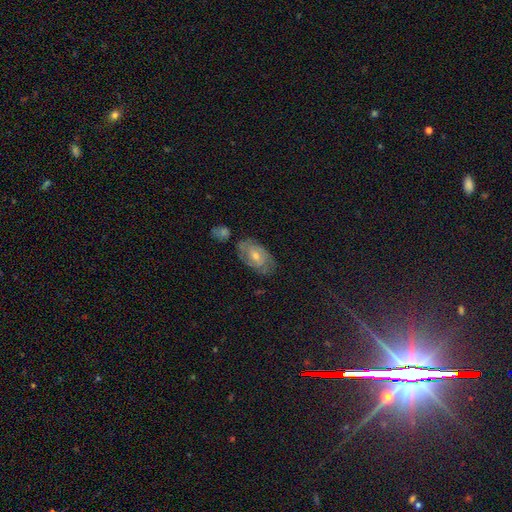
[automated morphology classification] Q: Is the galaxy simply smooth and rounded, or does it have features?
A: featured or disk — 58%.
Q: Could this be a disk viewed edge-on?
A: no — 93%.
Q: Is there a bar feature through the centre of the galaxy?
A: no — 59%.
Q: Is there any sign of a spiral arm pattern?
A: yes — 80%.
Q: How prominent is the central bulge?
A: moderate — 59%.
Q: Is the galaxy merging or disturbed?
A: none — 74%.